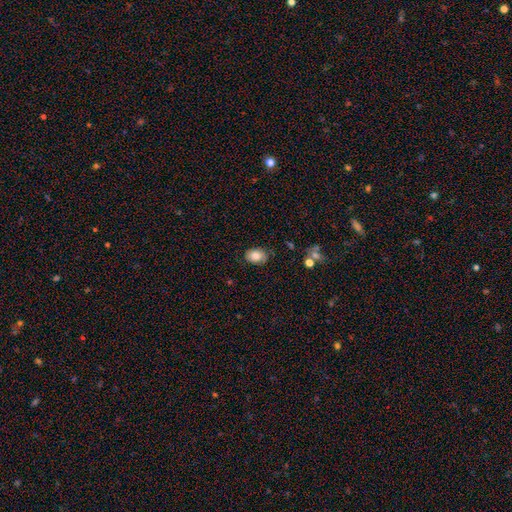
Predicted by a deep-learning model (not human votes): smooth_or_featured: smooth (p=0.77) [alt: featured or disk p=0.14]
how_rounded: in between (p=0.78) [alt: round p=0.21]
merging: none (p=0.76) [alt: minor disturbance p=0.18]